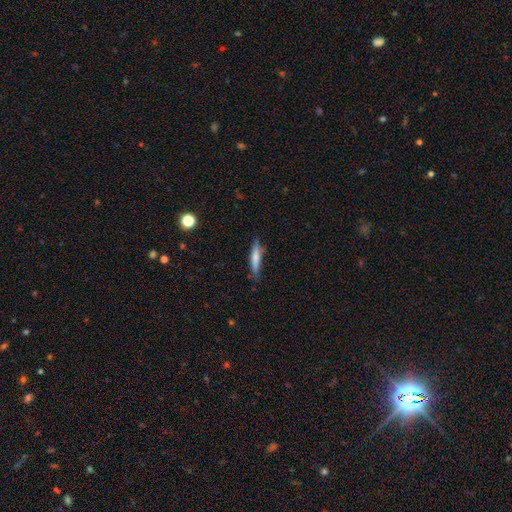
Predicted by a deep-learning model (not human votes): Morphology: type=smooth (67%); roundness=cigar-shaped (88%); merging=none (79%).